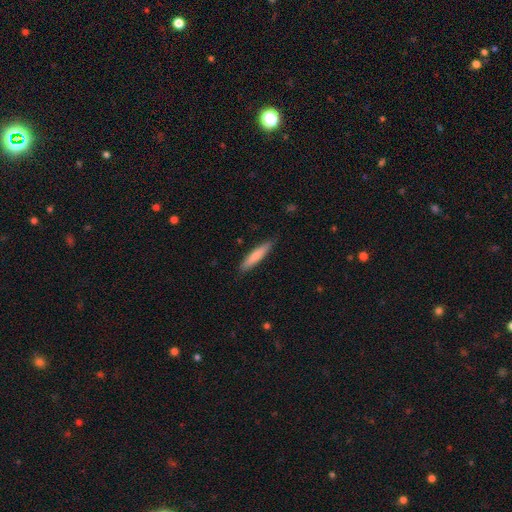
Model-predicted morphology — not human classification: Smooth or featured?
  - smooth: 78% *
  - featured or disk: 17%
  - star or artifact: 5%
How rounded?
  - cigar-shaped: 87% *
  - in between: 12%
  - round: 1%
Merging?
  - none: 85% *
  - minor disturbance: 12%
  - major disturbance: 2%
  - merger: 1%